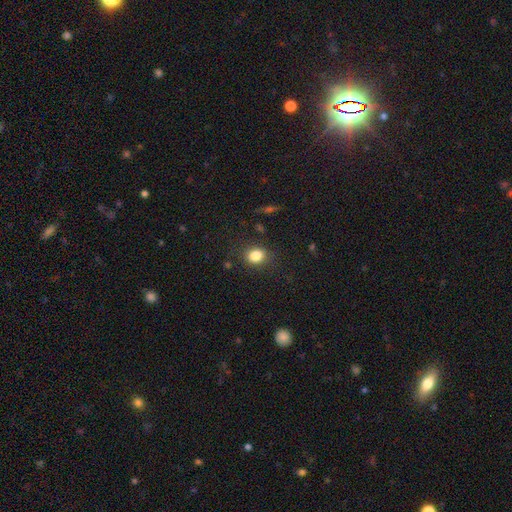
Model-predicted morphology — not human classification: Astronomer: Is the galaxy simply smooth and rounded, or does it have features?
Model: smooth — 83%.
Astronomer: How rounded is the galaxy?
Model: round — 51% (runner-up: in between, 48%).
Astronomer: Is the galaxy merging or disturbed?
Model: none — 84%.